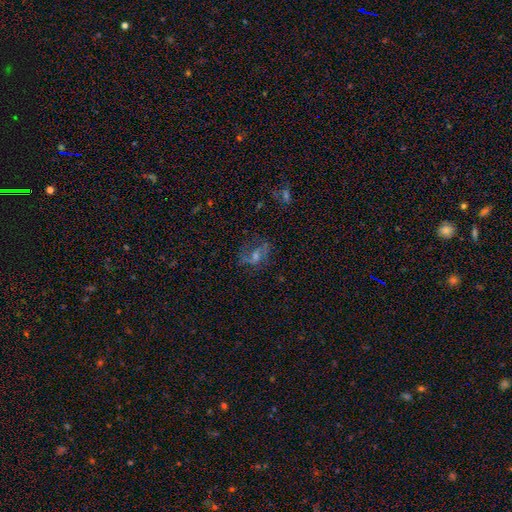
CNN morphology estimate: featured or disk 49%, smooth 28%, star or artifact 23%. Down the decision tree: merging — none (54%).